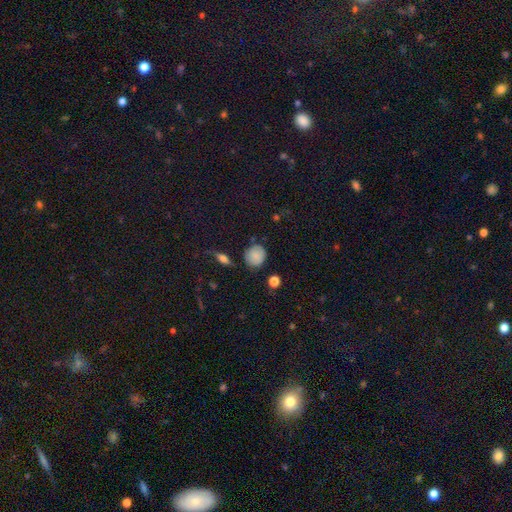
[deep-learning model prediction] This appears to be a smooth galaxy with no disk features (82%) that is round (82%). Merging: none (74%).